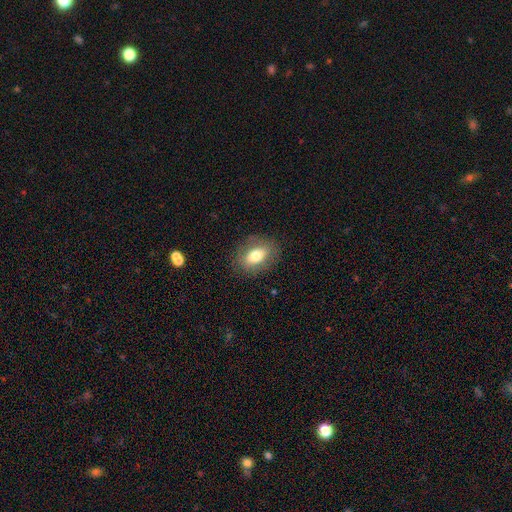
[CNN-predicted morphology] smooth_or_featured: smooth (p=0.72) [alt: featured or disk p=0.20]
how_rounded: in between (p=0.82) [alt: round p=0.15]
merging: none (p=0.83) [alt: minor disturbance p=0.12]